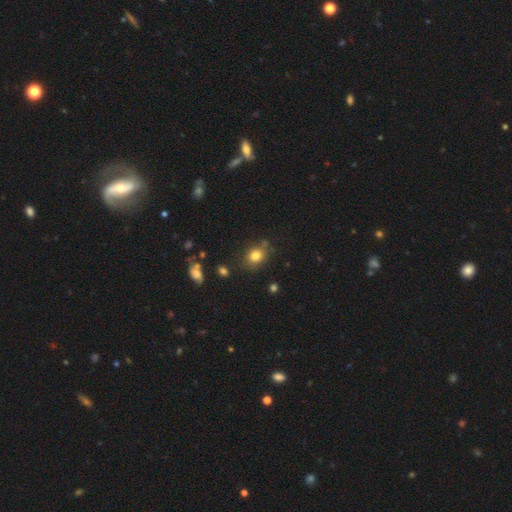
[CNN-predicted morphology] smooth 80%, star or artifact 12%, featured or disk 8%. Down the decision tree: how rounded — round (57%); merging — none (74%).